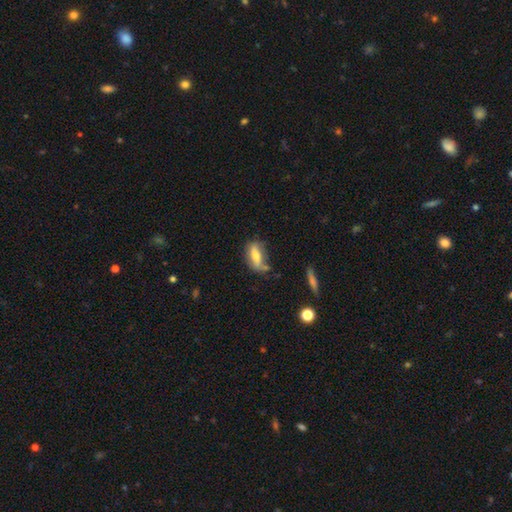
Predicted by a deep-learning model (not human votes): Overall: smooth (58%; featured or disk 34%). How rounded: in between (69%). Merging: none (52%; minor disturbance 28%).